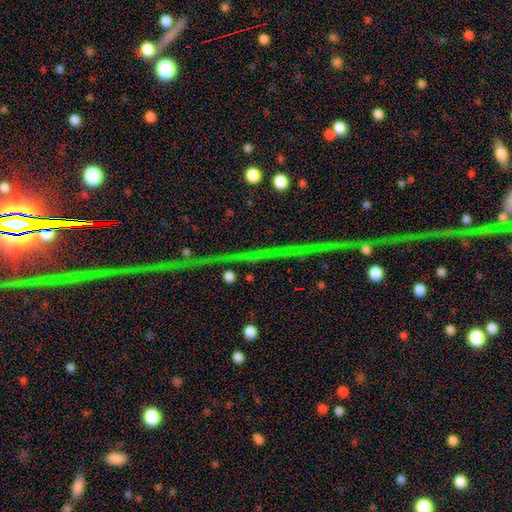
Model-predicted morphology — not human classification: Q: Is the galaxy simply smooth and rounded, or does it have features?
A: star or artifact — 70%.